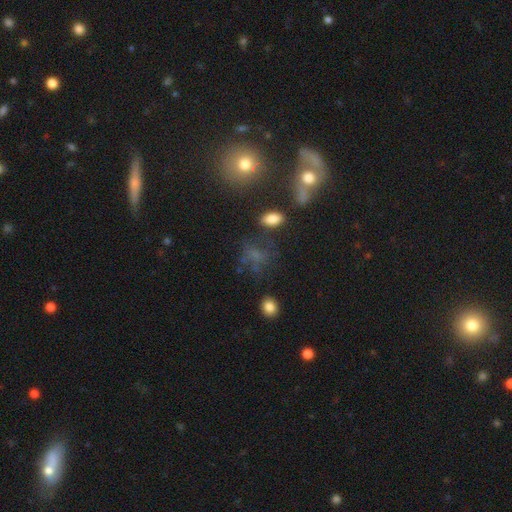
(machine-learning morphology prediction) The model was most divided on "how rounded": in between: 49%, round: 47%, cigar-shaped: 4%. More confident: smooth or featured — smooth (54%); merging — none (52%).